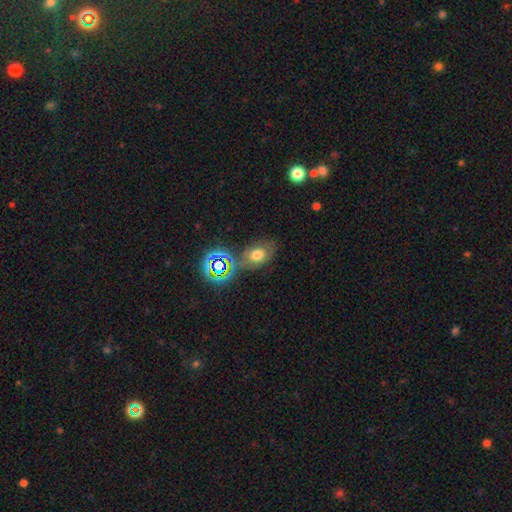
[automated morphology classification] A smooth galaxy with no disk features (57%) that is in between round and cigar-shaped (73%). Merging: none (64%).